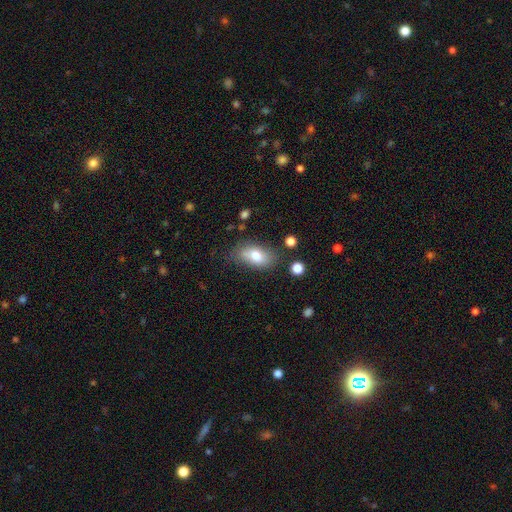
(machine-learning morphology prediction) Q: Smooth or featured?
A: smooth (77%); runner-up: featured or disk (15%)
Q: How rounded?
A: in between (89%); runner-up: round (7%)
Q: Merging?
A: none (68%); runner-up: minor disturbance (21%)